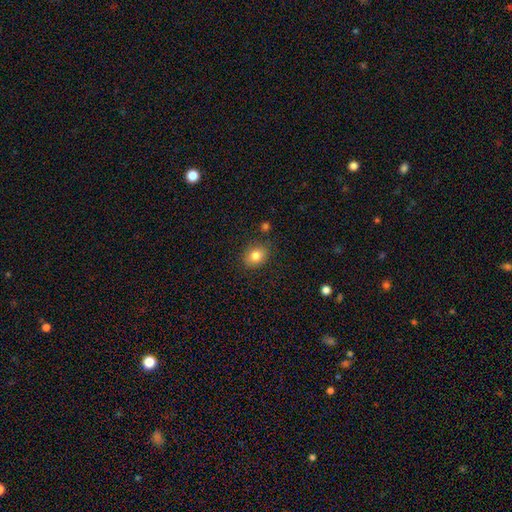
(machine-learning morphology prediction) This is clearly a smooth galaxy (83%). How rounded: possibly in between (51%). Merging: clearly none (82%).